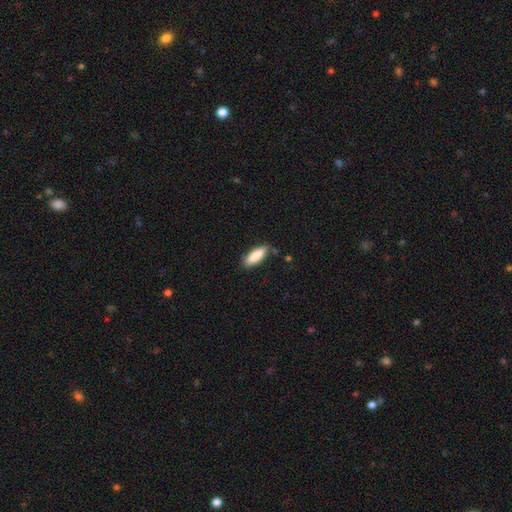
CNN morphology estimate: Smooth or featured? smooth (85%)
How rounded? in between (54%)
Merging? none (78%)